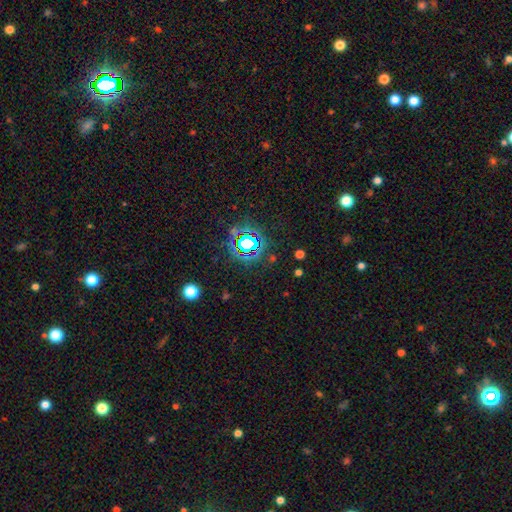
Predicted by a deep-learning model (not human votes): A star or artifact, not a galaxy (73%).